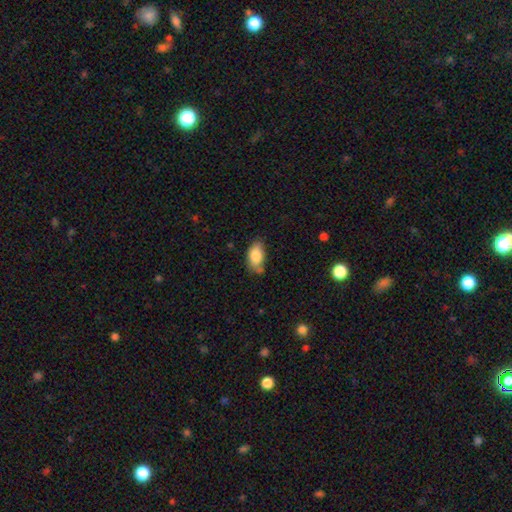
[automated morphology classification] This is clearly a smooth galaxy (84%). How rounded: clearly in between (92%). Merging: likely none (64%).